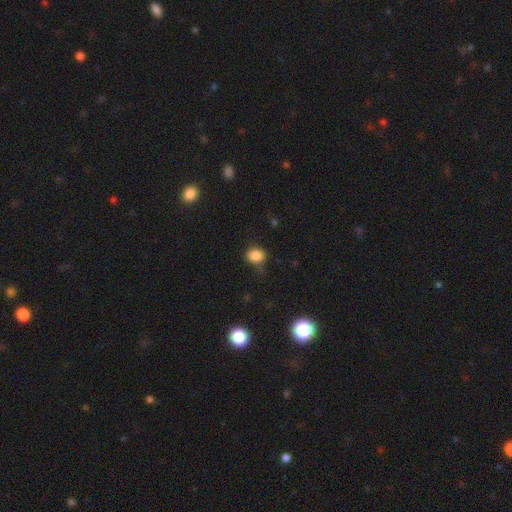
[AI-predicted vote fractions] This appears to be a smooth galaxy with no disk features (84%) that is round (68%). Merging: none (71%).